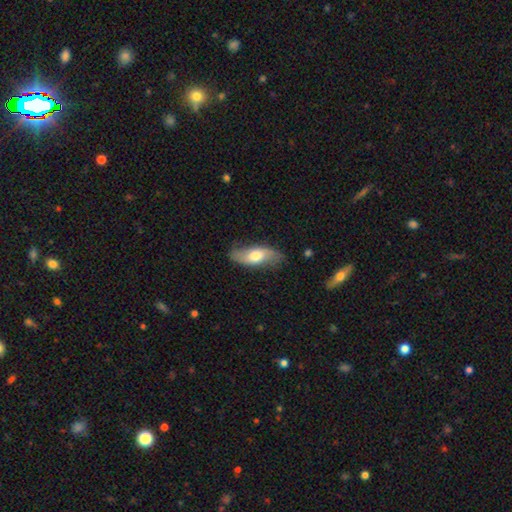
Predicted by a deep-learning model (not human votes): Smooth or featured? smooth (55%)
How rounded? in between (75%)
Merging? none (72%)